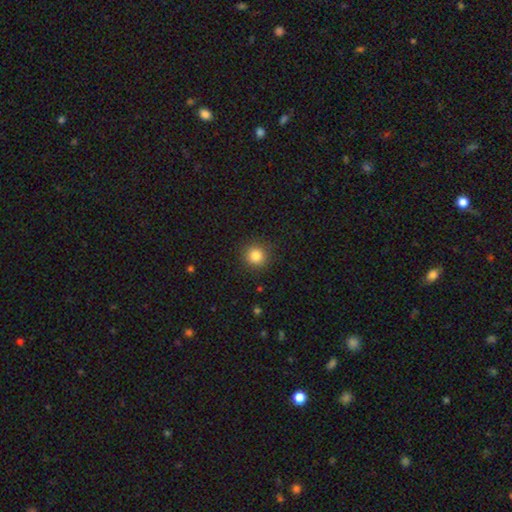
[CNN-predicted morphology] This is clearly a smooth galaxy (83%). How rounded: clearly round (93%). Merging: clearly none (90%).